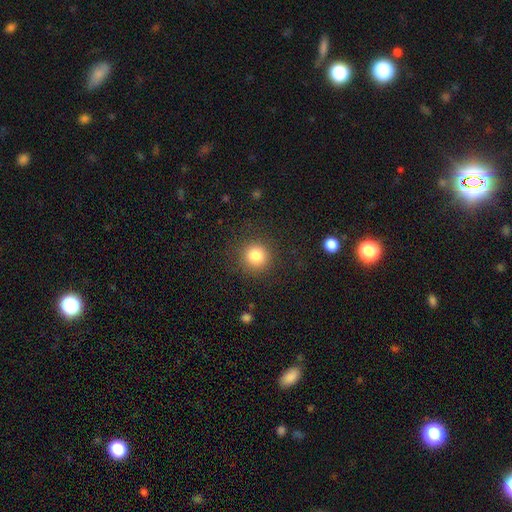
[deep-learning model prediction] The model was most divided on "smooth or featured": smooth: 82%, star or artifact: 12%, featured or disk: 6%. More confident: how rounded — round (94%); merging — none (88%).